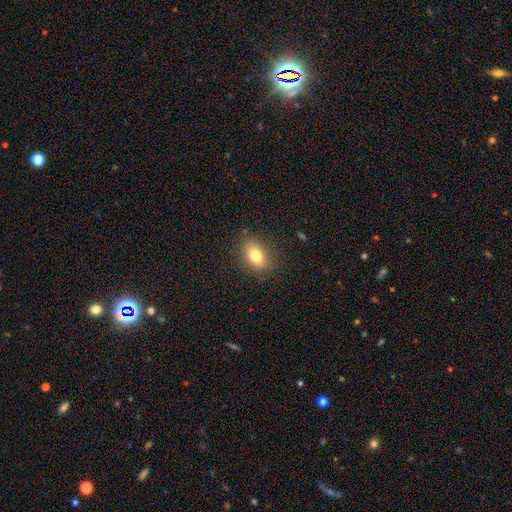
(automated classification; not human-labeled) A smooth galaxy with no disk features (76%) that is in between round and cigar-shaped (77%). Merging: none (84%).